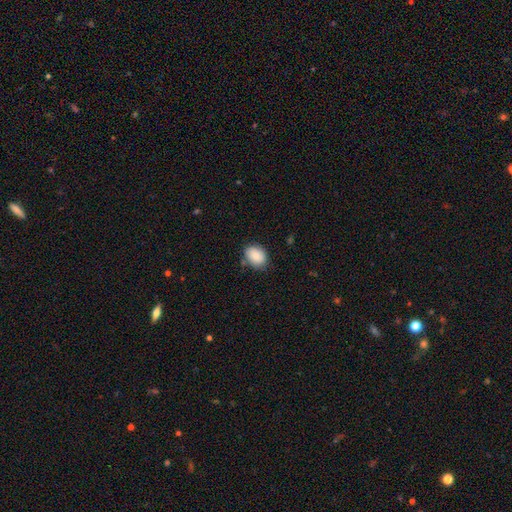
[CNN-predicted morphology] Overall: smooth (87%). How rounded: in between (73%). Merging: none (75%).